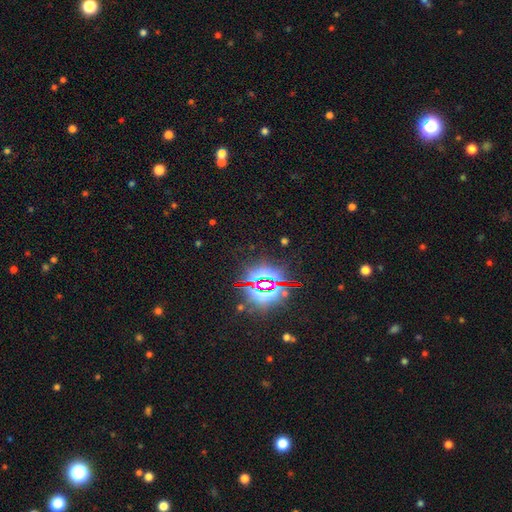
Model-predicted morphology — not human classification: The model was most divided on "smooth or featured": star or artifact: 86%, smooth: 8%, featured or disk: 6%.